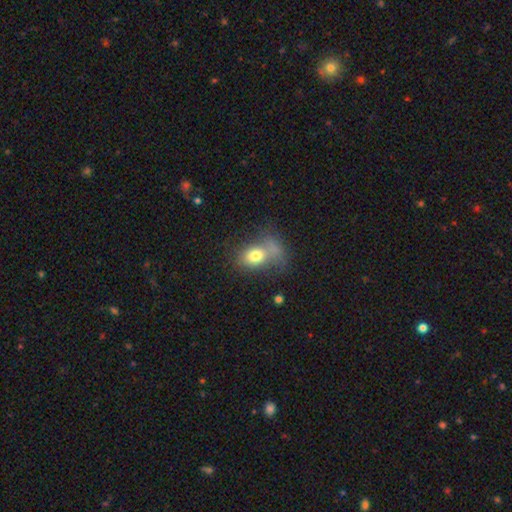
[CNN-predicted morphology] smooth-or-featured: smooth: 74% | featured or disk: 16% | star or artifact: 10%
  how-rounded: in between: 74% | round: 25% | cigar-shaped: 2%
  merging: none: 30% | merger: 25% | major disturbance: 24% | minor disturbance: 21%